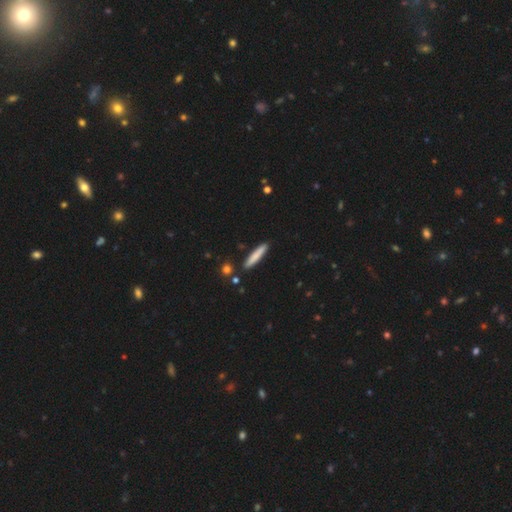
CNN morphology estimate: A smooth galaxy with no disk features (79%) that is cigar-shaped (92%).

Vote fractions:
- Smooth or featured? smooth: 79% / featured or disk: 15% / star or artifact: 6%
- How rounded? cigar-shaped: 92% / in between: 6% / round: 1%
- Merging? none: 89% / minor disturbance: 7% / merger: 3% / major disturbance: 2%